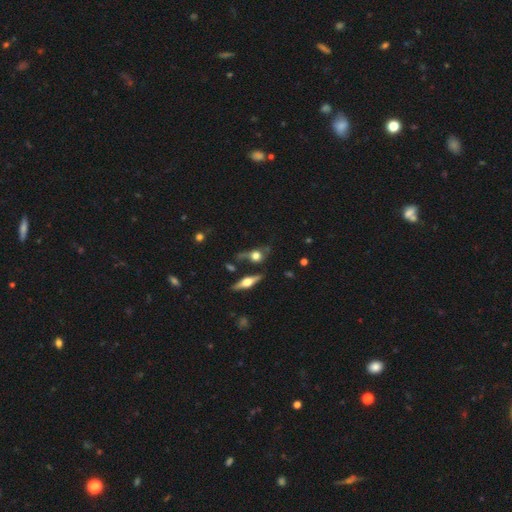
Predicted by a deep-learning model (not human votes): Q: Smooth or featured?
A: featured or disk (45%); runner-up: smooth (42%)
Q: Merging?
A: none (57%); runner-up: minor disturbance (20%)